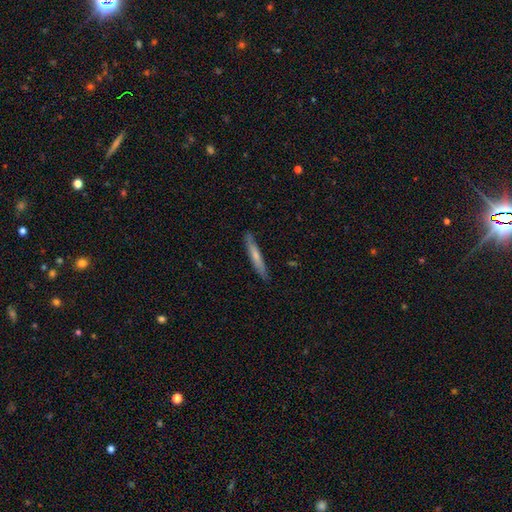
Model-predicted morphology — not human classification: This appears to be a smooth galaxy with no disk features (61%) that is cigar-shaped (95%). Merging: none (87%).